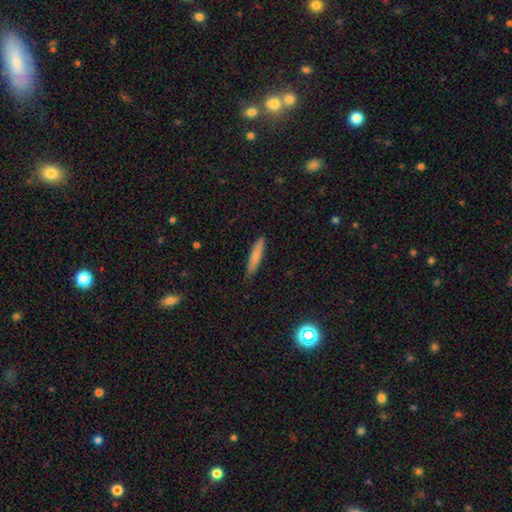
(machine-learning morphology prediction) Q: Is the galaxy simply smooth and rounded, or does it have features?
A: smooth — 77%.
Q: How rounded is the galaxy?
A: cigar-shaped — 89%.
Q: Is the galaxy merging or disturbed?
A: none — 84%.